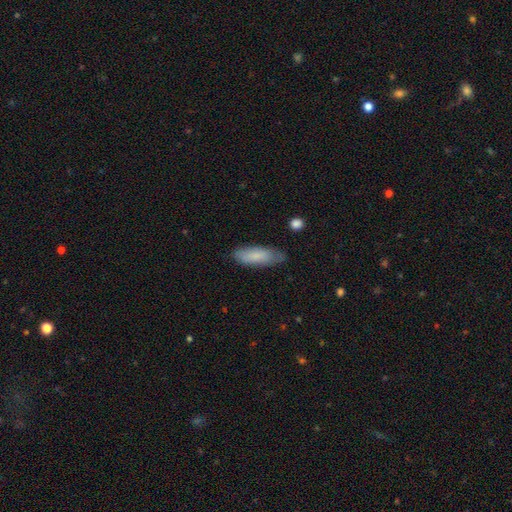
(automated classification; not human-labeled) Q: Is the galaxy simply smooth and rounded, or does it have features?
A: smooth — 81%.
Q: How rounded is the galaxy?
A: in between — 52%.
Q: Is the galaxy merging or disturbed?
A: none — 77%.